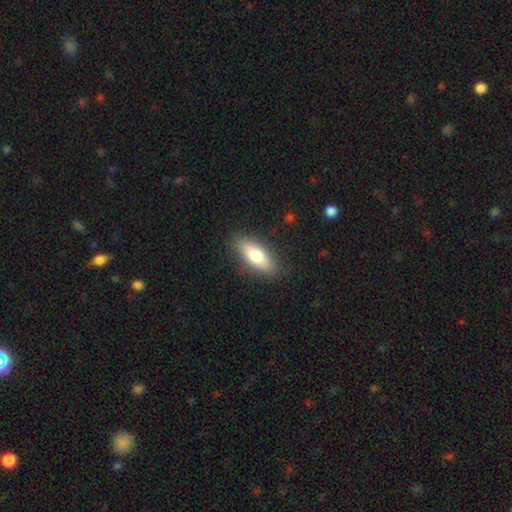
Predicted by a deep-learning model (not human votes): Smooth or featured? smooth (76%)
How rounded? in between (71%)
Merging? none (85%)